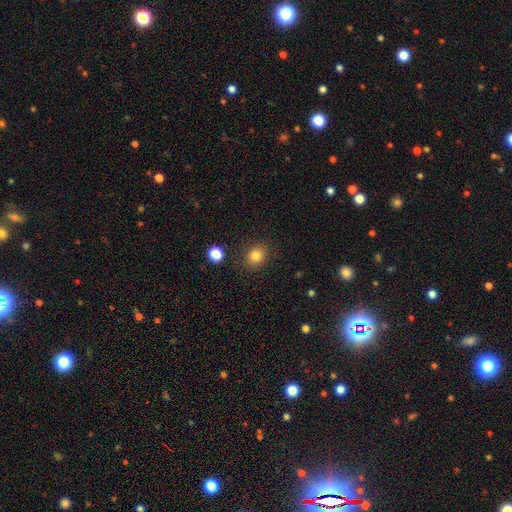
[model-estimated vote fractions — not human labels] Smooth or featured? Predicted: smooth (p=0.82). How rounded? Predicted: round (p=0.72). Merging? Predicted: none (p=0.87).